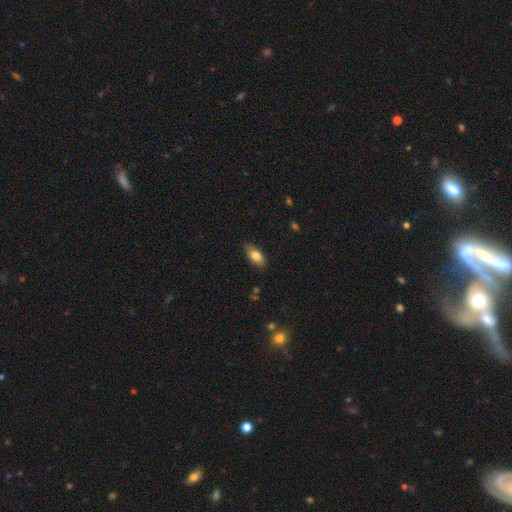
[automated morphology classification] smooth-or-featured: smooth: 81% | featured or disk: 12% | star or artifact: 7%
  how-rounded: in between: 87% | cigar-shaped: 9% | round: 4%
  merging: none: 84% | minor disturbance: 12% | major disturbance: 2% | merger: 1%